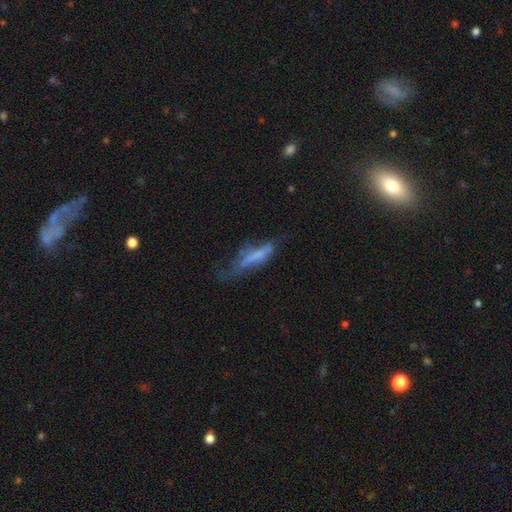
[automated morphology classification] type=smooth (45%); merging=none (37%).